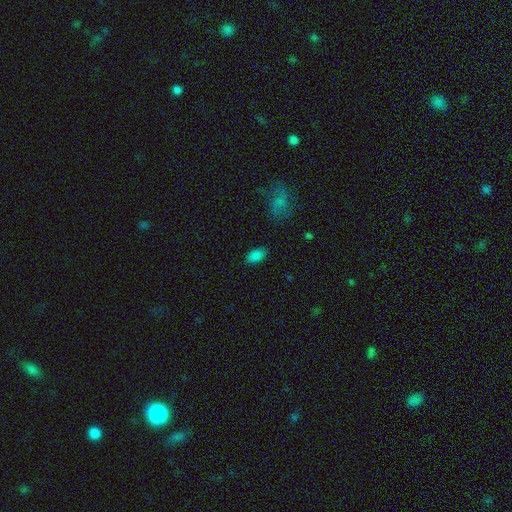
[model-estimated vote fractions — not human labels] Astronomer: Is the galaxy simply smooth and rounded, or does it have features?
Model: smooth — 85%.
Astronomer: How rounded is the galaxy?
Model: in between — 94%.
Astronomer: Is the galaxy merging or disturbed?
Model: none — 85%.